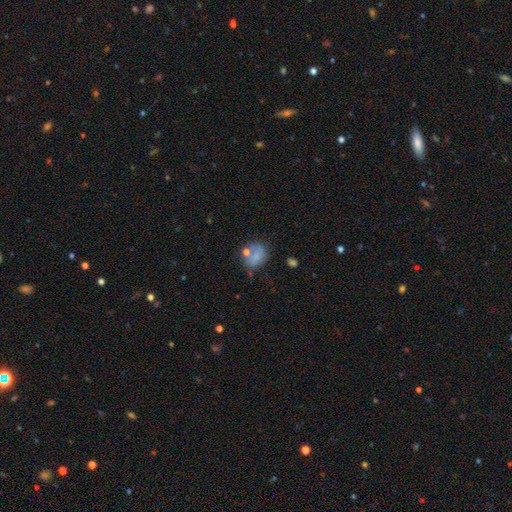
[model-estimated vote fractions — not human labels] smooth_or_featured: smooth (p=0.69) [alt: featured or disk p=0.19]
how_rounded: in between (p=0.49) [tied with: round p=0.49]
merging: none (p=0.48) [alt: minor disturbance p=0.23]